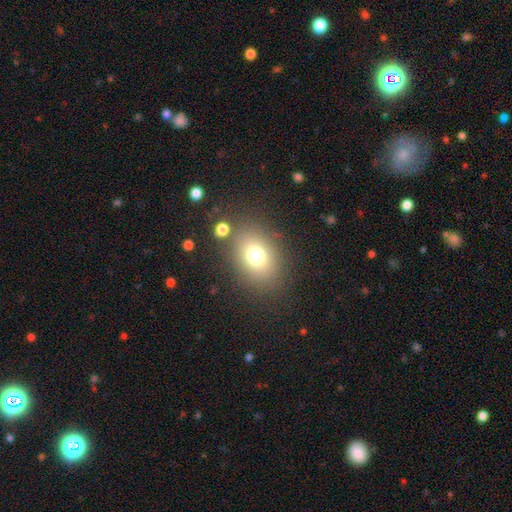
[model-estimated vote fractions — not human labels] Smooth or featured? smooth (74%)
How rounded? in between (64%)
Merging? none (79%)